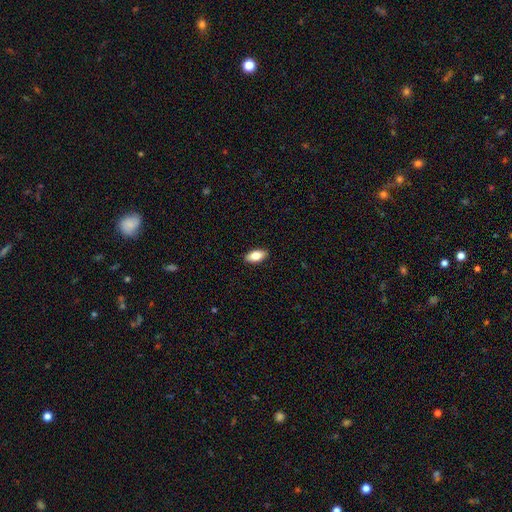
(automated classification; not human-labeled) smooth-or-featured: smooth: 78% | featured or disk: 15% | star or artifact: 6%
  how-rounded: in between: 89% | cigar-shaped: 8% | round: 3%
  merging: none: 90% | minor disturbance: 8% | major disturbance: 2% | merger: 1%